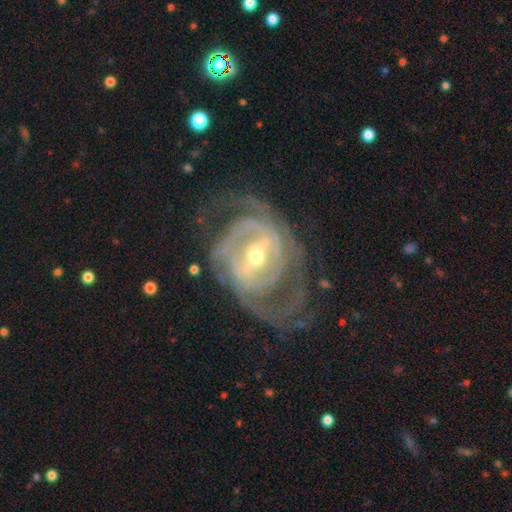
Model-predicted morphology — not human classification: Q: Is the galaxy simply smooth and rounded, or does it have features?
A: featured or disk — 90%.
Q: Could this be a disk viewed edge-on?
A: no — 96%.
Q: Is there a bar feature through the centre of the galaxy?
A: strong — 53%.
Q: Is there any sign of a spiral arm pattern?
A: yes — 94%.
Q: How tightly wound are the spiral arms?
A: tight — 50%.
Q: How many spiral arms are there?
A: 2 — 38%.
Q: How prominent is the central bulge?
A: moderate — 50%.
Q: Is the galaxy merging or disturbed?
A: none — 61%.